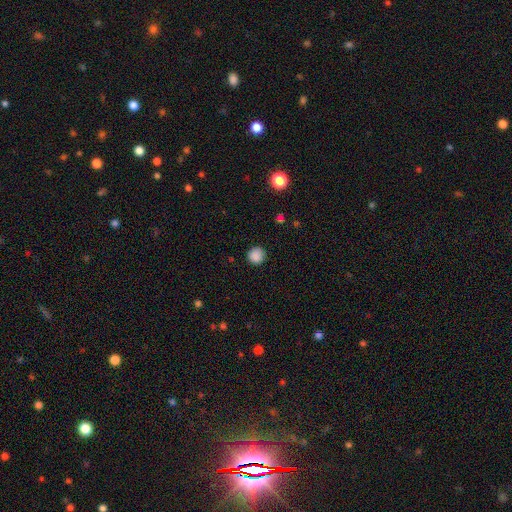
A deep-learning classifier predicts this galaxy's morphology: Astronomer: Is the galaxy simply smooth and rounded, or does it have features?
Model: smooth — 87%.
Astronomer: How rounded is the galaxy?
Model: round — 94%.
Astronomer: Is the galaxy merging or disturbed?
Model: none — 89%.